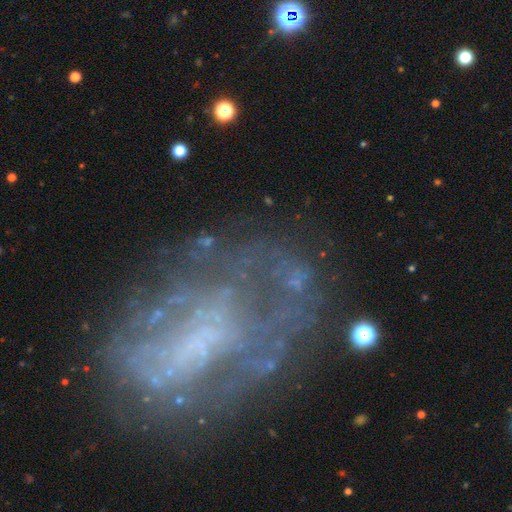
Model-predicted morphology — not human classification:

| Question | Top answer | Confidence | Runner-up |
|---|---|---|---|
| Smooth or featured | featured or disk | 66% | smooth (19%) |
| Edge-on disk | no | 97% | yes (3%) |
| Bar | no | 72% | weak (21%) |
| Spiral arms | no | 63% | yes (37%) |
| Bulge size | none | 66% | small (19%) |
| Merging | none | 50% | major disturbance (26%) |